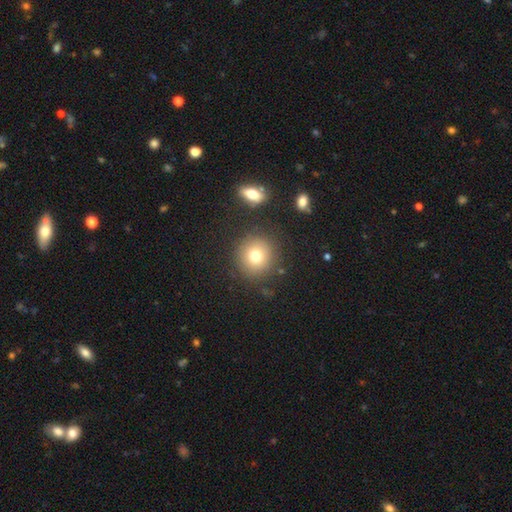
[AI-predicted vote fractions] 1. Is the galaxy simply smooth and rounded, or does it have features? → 76% smooth, 12% star or artifact, 12% featured or disk.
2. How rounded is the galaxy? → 91% round, 8% in between, 1% cigar-shaped.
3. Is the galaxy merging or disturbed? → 85% none, 8% minor disturbance, 4% merger, 3% major disturbance.